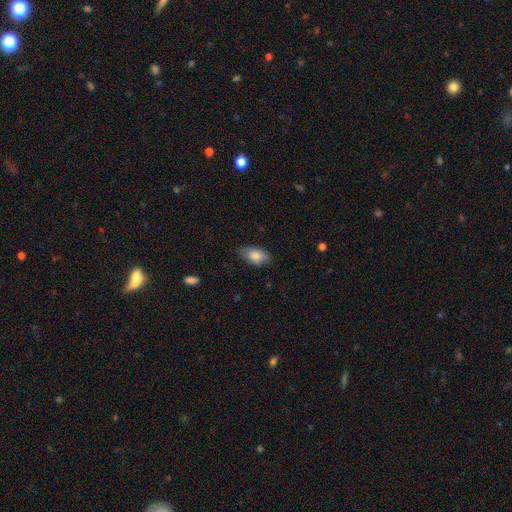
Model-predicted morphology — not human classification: A smooth galaxy with no disk features (83%) that is in between round and cigar-shaped (92%).

Vote fractions:
- Smooth or featured? smooth: 83% / featured or disk: 10% / star or artifact: 7%
- How rounded? in between: 92% / round: 5% / cigar-shaped: 3%
- Merging? none: 76% / minor disturbance: 19% / major disturbance: 4% / merger: 1%